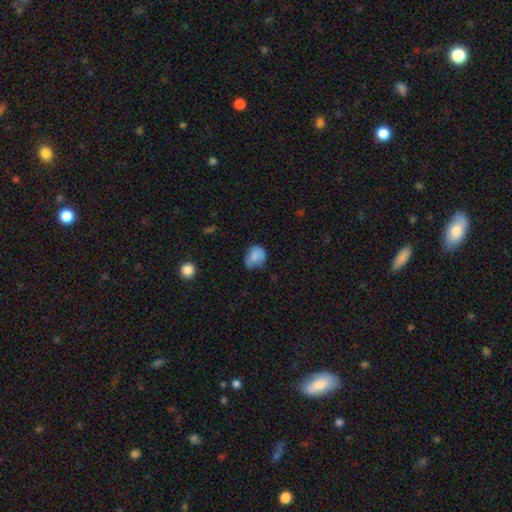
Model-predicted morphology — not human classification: A smooth galaxy with no disk features (79%) that is round (54%). Merging: none (52%).